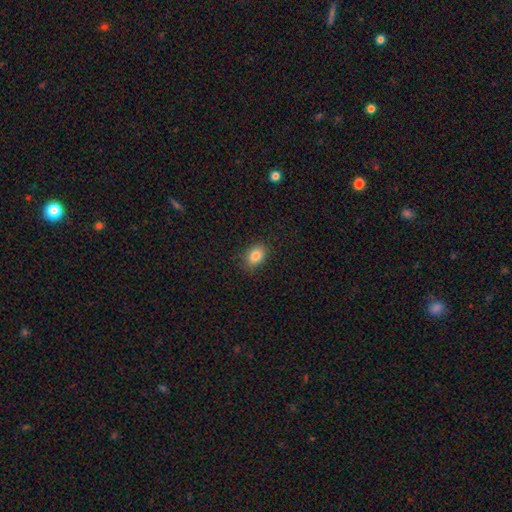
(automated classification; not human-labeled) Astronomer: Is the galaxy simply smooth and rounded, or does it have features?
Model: smooth — 84%.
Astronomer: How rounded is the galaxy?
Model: in between — 76%.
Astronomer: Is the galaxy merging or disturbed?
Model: none — 85%.